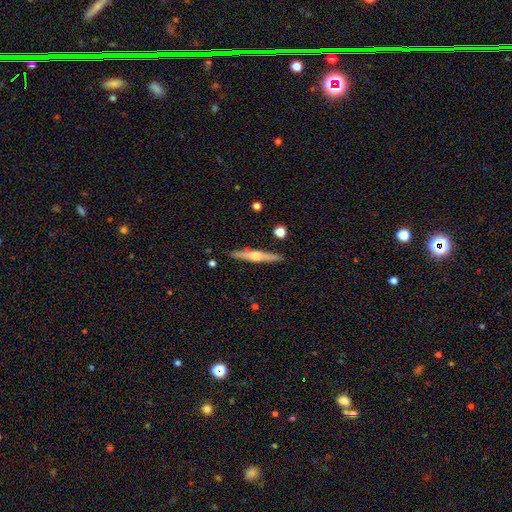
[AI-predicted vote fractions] smooth_or_featured: featured or disk (p=0.71) [alt: smooth p=0.23]
disk_edge_on: yes (p=0.98) [alt: no p=0.02]
edge_on_bulge: rounded (p=0.91) [alt: boxy p=0.05]
merging: none (p=0.91) [alt: minor disturbance p=0.06]